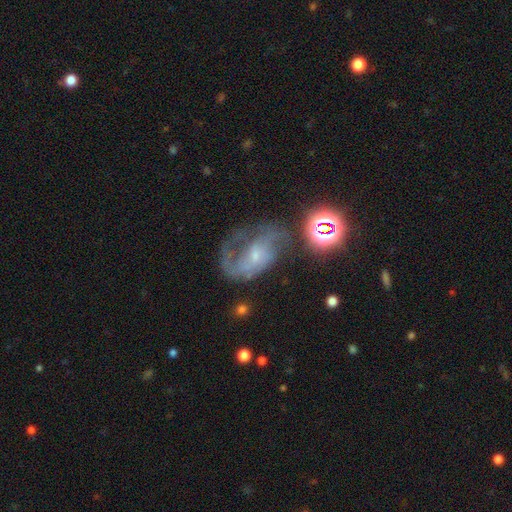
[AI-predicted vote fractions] smooth_or_featured: featured or disk (p=0.70) [alt: smooth p=0.16]
disk_edge_on: no (p=0.97) [alt: yes p=0.03]
bar: no (p=0.61) [alt: weak p=0.32]
has_spiral_arms: yes (p=0.84) [alt: no p=0.16]
spiral_winding: medium (p=0.45) [alt: loose p=0.32]
spiral_arm_count: 2 (p=0.39) [alt: 1 p=0.33]
bulge_size: small (p=0.67) [alt: moderate p=0.21]
merging: none (p=0.37) [alt: major disturbance p=0.36]